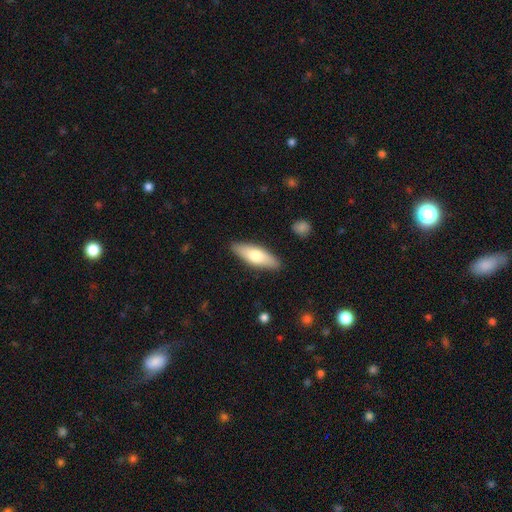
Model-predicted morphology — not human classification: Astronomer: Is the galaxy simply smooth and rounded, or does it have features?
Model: smooth — 65%.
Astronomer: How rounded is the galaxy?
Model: in between — 57% (runner-up: cigar-shaped, 41%).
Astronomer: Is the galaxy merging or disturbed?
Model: none — 88%.